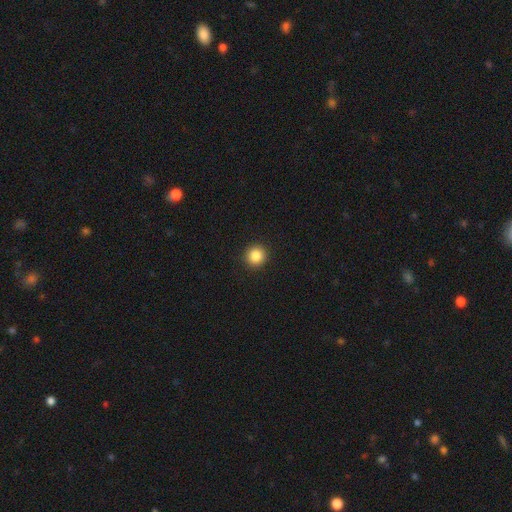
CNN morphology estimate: Q: Smooth or featured?
A: smooth (86%); runner-up: star or artifact (10%)
Q: How rounded?
A: round (94%); runner-up: in between (5%)
Q: Merging?
A: none (93%); runner-up: minor disturbance (5%)